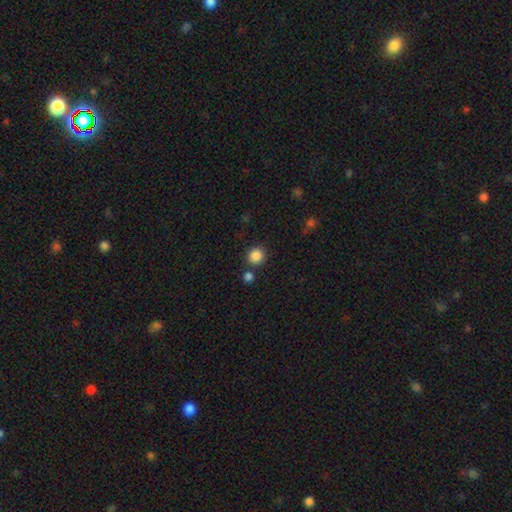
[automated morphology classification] A smooth galaxy with no disk features (86%) that is round (88%).

Vote fractions:
- Smooth or featured? smooth: 86% / star or artifact: 10% / featured or disk: 4%
- How rounded? round: 88% / in between: 11% / cigar-shaped: 1%
- Merging? none: 79% / merger: 10% / minor disturbance: 8% / major disturbance: 3%